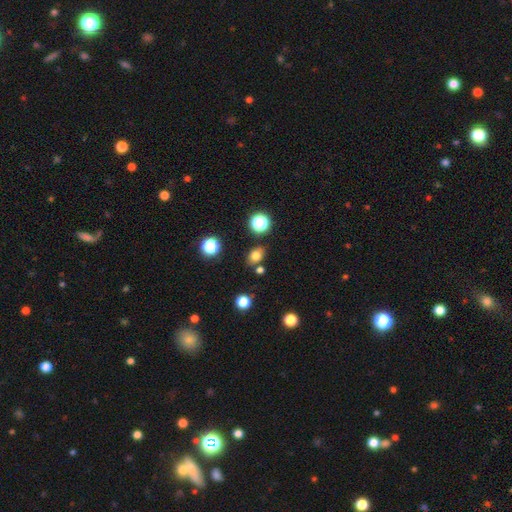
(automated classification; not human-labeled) smooth_or_featured: smooth (p=0.76) [alt: star or artifact p=0.15]
how_rounded: in between (p=0.64) [alt: round p=0.35]
merging: none (p=0.75) [alt: minor disturbance p=0.13]